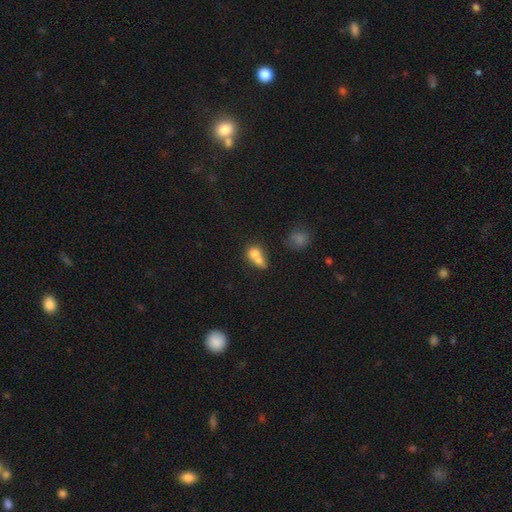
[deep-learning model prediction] Q: Smooth or featured?
A: smooth (72%); runner-up: featured or disk (17%)
Q: How rounded?
A: in between (52%); runner-up: round (44%)
Q: Merging?
A: merger (64%); runner-up: none (21%)